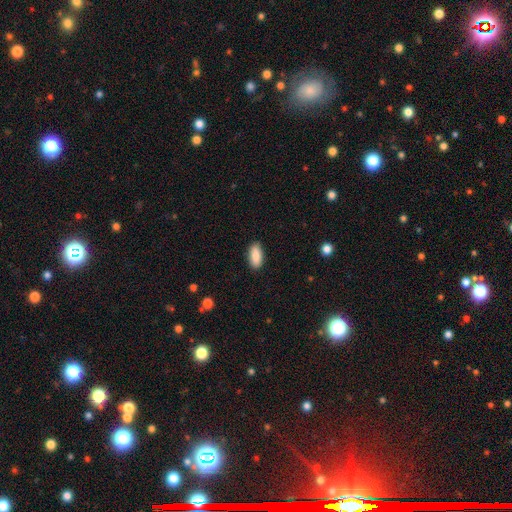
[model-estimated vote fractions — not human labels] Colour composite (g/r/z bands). It shows a smooth galaxy with no disk features (87%) that is in between round and cigar-shaped (87%). Merging: none (89%).